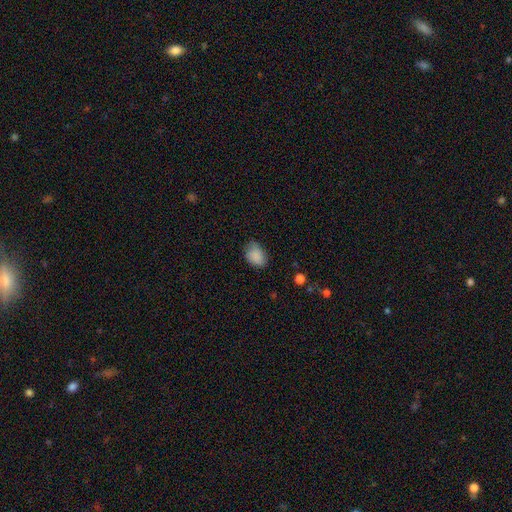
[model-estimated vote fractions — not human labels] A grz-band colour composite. It shows a smooth galaxy with no disk features (87%) that is in between round and cigar-shaped (76%). Merging: none (69%).